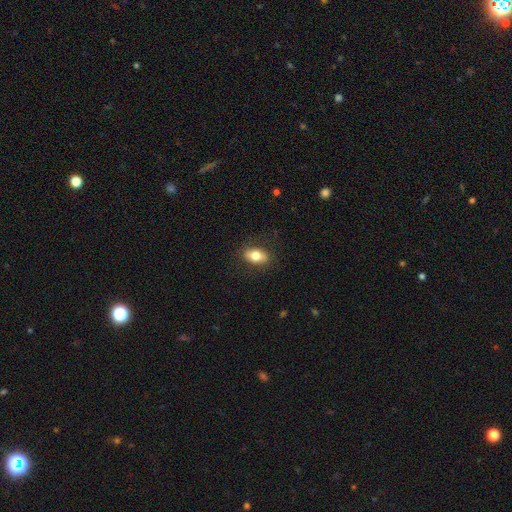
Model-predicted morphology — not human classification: Smooth or featured? smooth (75%)
How rounded? in between (85%)
Merging? none (85%)